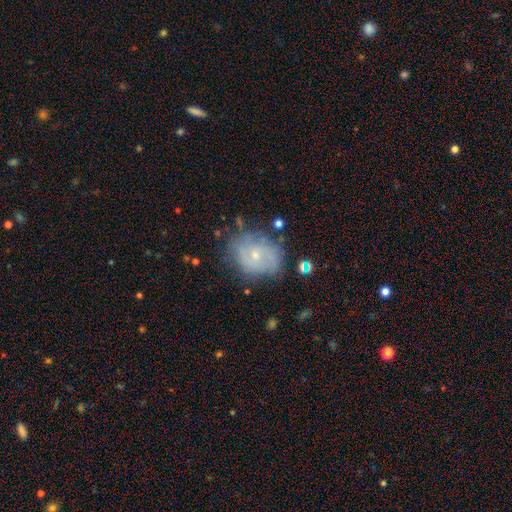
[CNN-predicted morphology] type=featured or disk (60%); edge-on=no (97%); bar=no (70%); spiral arms=yes (76%); bulge=small (70%); merging=none (66%).